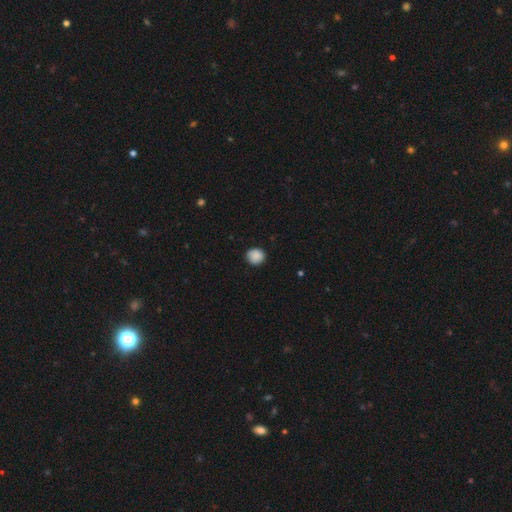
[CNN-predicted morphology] smooth 88%, star or artifact 8%, featured or disk 4%. Down the decision tree: how rounded — round (86%); merging — none (86%).